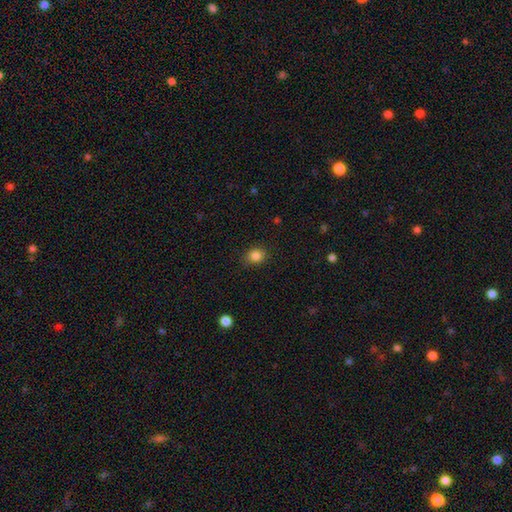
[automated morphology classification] Q: Smooth or featured?
A: smooth (85%); runner-up: star or artifact (11%)
Q: How rounded?
A: round (57%); runner-up: in between (42%)
Q: Merging?
A: none (84%); runner-up: minor disturbance (12%)